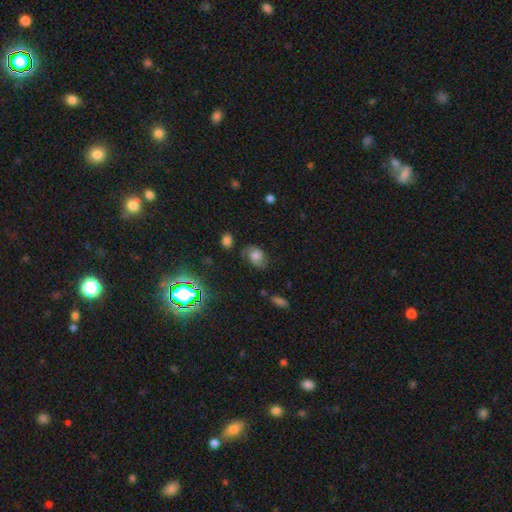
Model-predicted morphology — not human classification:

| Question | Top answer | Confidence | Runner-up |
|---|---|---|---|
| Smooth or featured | featured or disk | 47% | smooth (37%) |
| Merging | none | 64% | minor disturbance (23%) |